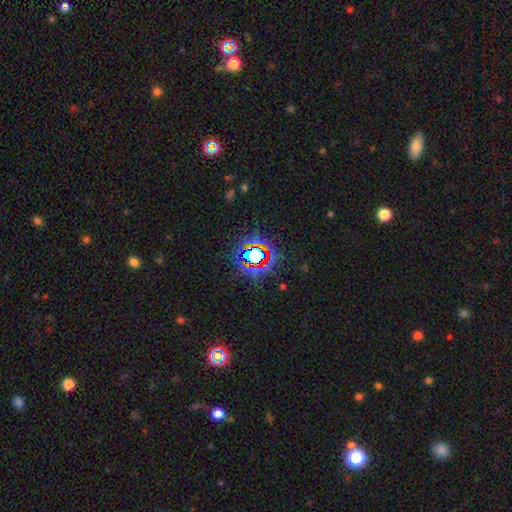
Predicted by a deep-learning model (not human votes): This is likely a star or artifact rather than a galaxy (74%).